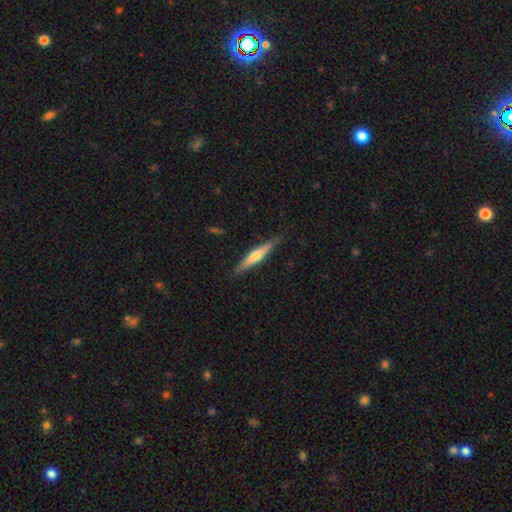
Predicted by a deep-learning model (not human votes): featured or disk 49%, smooth 45%, star or artifact 6%. Down the decision tree: merging — none (85%).